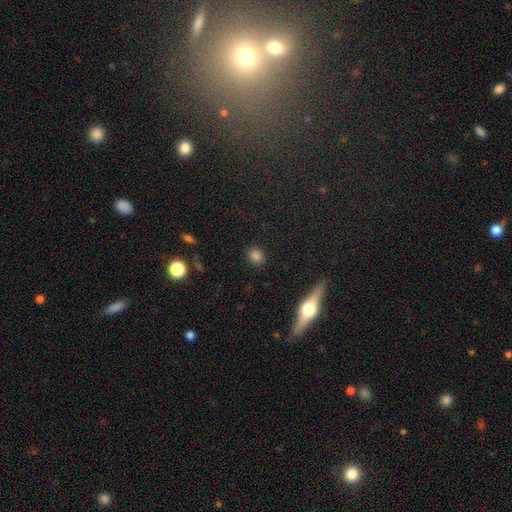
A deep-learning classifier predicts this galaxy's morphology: Smooth or featured: smooth — 81% (star or artifact — 13%)
How rounded: round — 79% (in between — 19%)
Merging: none — 88% (minor disturbance — 8%)